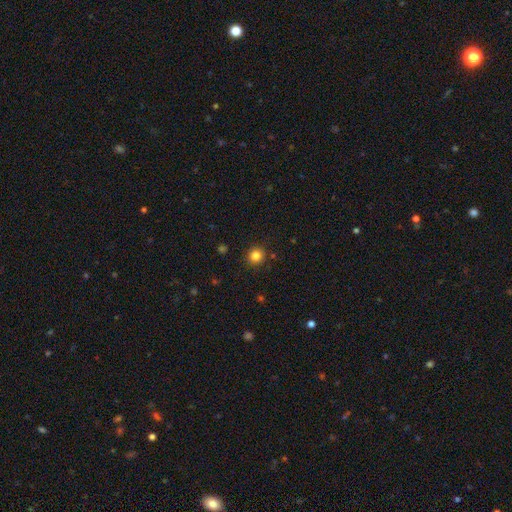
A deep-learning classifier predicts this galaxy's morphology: Smooth or featured: smooth — 83% (star or artifact — 12%)
How rounded: round — 92% (in between — 7%)
Merging: none — 91% (minor disturbance — 6%)